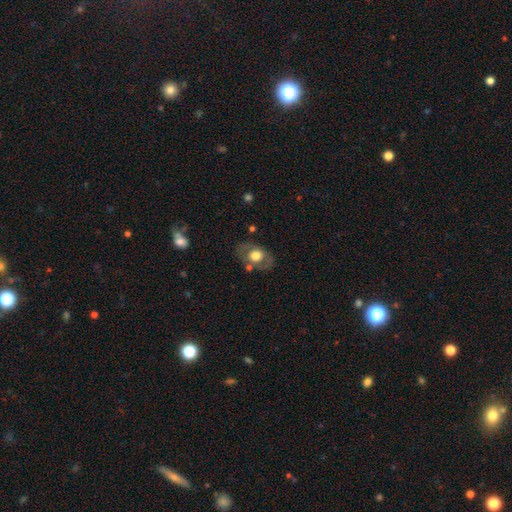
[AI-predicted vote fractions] smooth-or-featured: smooth: 51% | featured or disk: 42% | star or artifact: 7%
  how-rounded: in between: 72% | round: 26% | cigar-shaped: 1%
  merging: none: 71% | minor disturbance: 17% | major disturbance: 7% | merger: 5%